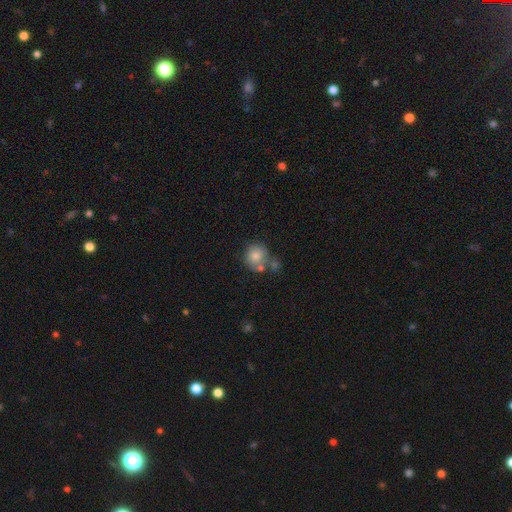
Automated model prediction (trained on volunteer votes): smooth-or-featured: smooth: 78% | featured or disk: 13% | star or artifact: 9%
  how-rounded: round: 85% | in between: 14% | cigar-shaped: 1%
  merging: none: 49% | merger: 28% | minor disturbance: 16% | major disturbance: 7%